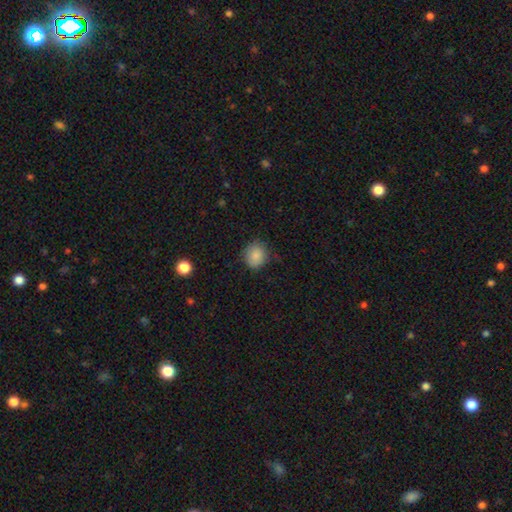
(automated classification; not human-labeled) A smooth galaxy with no disk features (86%) that is round (75%).

Vote fractions:
- Smooth or featured? smooth: 86% / star or artifact: 9% / featured or disk: 5%
- How rounded? round: 75% / in between: 24% / cigar-shaped: 1%
- Merging? none: 77% / minor disturbance: 18% / major disturbance: 4% / merger: 1%